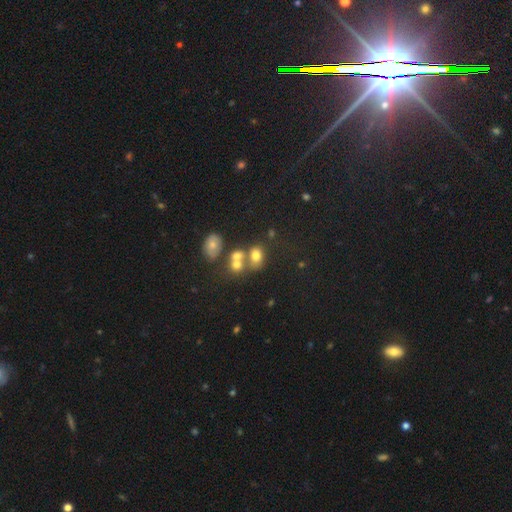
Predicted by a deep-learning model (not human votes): Q: Smooth or featured?
A: smooth (69%); runner-up: star or artifact (16%)
Q: How rounded?
A: in between (61%); runner-up: round (38%)
Q: Merging?
A: none (41%); runner-up: merger (40%)